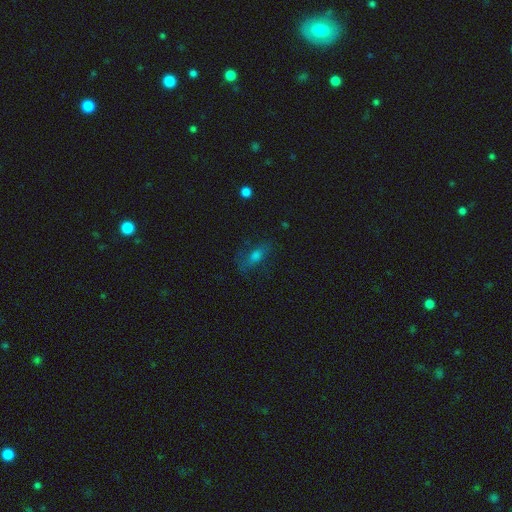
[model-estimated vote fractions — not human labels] Morphology: type=smooth (51%); roundness=in between (67%); merging=none (65%).